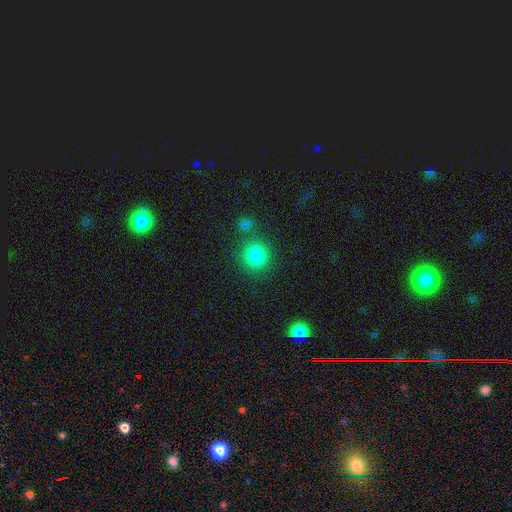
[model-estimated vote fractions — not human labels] Smooth or featured? smooth (82%)
How rounded? round (93%)
Merging? none (79%)